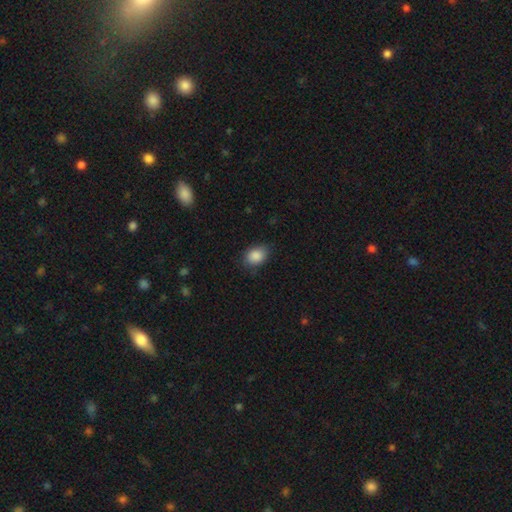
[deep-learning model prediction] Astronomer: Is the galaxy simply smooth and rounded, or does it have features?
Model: smooth — 88%.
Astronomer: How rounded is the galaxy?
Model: in between — 72%.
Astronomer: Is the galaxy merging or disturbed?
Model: none — 78%.